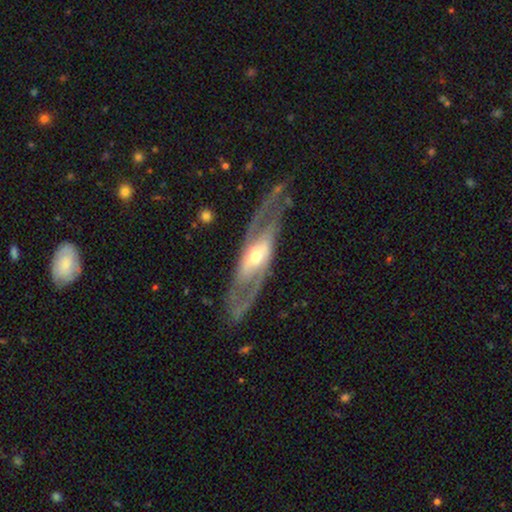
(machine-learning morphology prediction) The model was most divided on "bar": no: 39%, weak: 35%, strong: 27%. Remaining: spiral arms — yes (86%); smooth or featured — featured or disk (84%); spiral arm count — 2 (81%); edge-on disk — no (81%); merging — none (73%); bulge size — moderate (52%); spiral winding — medium (47%).